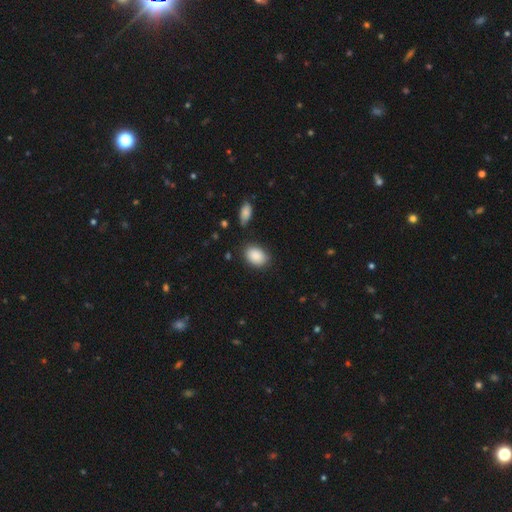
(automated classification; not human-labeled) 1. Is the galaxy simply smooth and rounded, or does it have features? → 89% smooth, 7% star or artifact, 4% featured or disk.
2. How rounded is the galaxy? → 76% in between, 22% round, 1% cigar-shaped.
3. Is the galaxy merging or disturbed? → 78% none, 15% minor disturbance, 4% major disturbance, 3% merger.